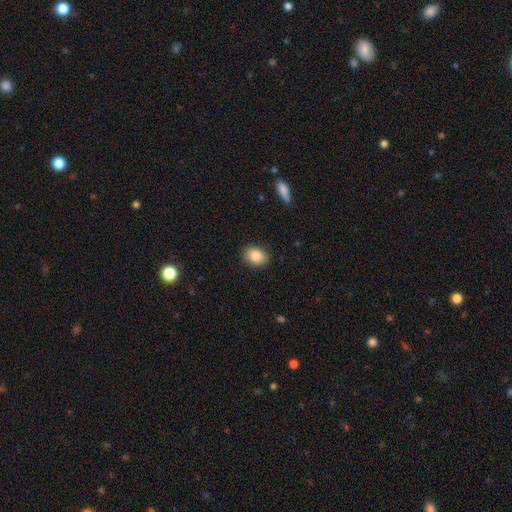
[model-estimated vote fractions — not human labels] smooth-or-featured: smooth: 86% | star or artifact: 8% | featured or disk: 6%
  how-rounded: in between: 69% | round: 29% | cigar-shaped: 1%
  merging: none: 88% | minor disturbance: 8% | major disturbance: 2% | merger: 1%